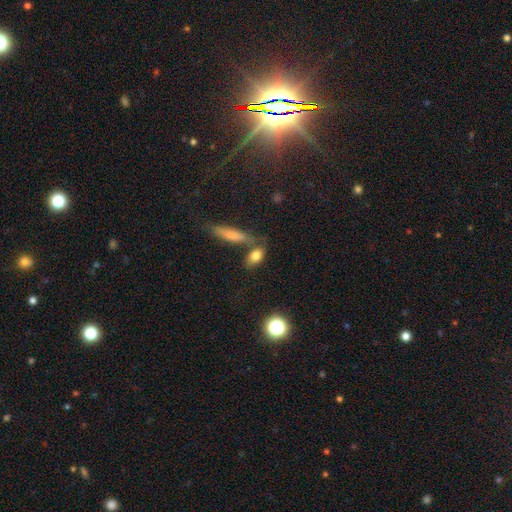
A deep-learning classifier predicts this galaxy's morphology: Smooth or featured: smooth — 78% (featured or disk — 12%)
How rounded: in between — 74% (cigar-shaped — 14%)
Merging: none — 58% (merger — 22%)